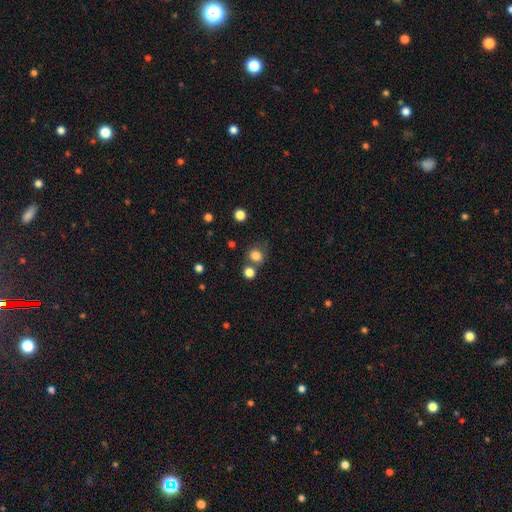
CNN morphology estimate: Smooth or featured? smooth (82%)
How rounded? round (80%)
Merging? none (63%)